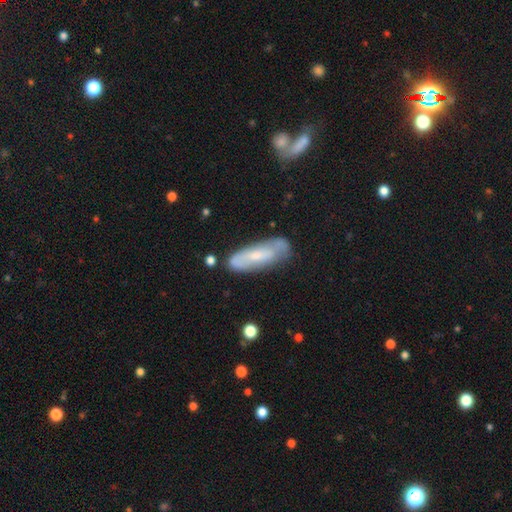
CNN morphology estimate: A featured or disk galaxy (49%). Merging: none (73%).